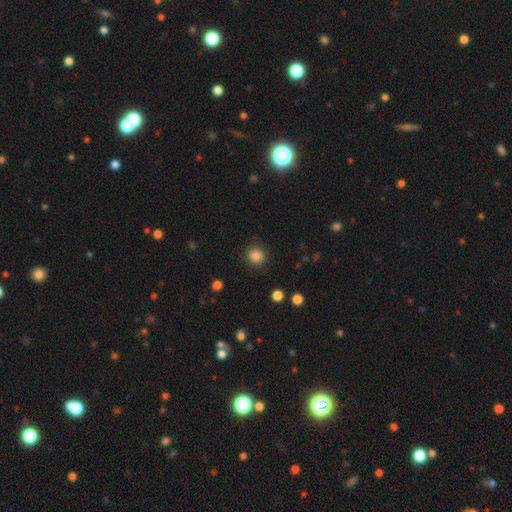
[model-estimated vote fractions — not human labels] Smooth or featured? Predicted: smooth (p=0.86). How rounded? Predicted: round (p=0.91). Merging? Predicted: none (p=0.89).